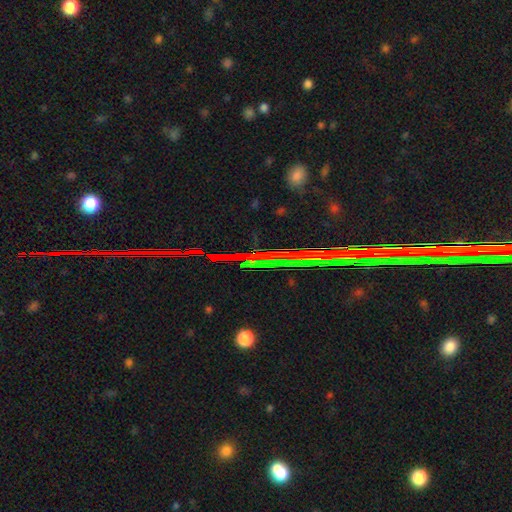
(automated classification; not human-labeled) smooth-or-featured: star or artifact: 80% | featured or disk: 11% | smooth: 8%